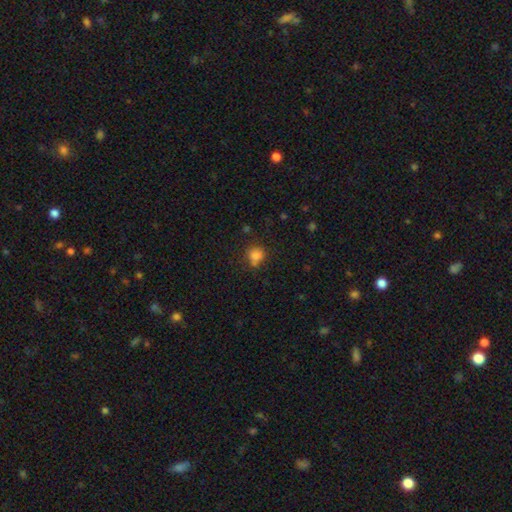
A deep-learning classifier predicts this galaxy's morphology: A smooth galaxy with no disk features (80%) that is round (78%).

Vote fractions:
- Smooth or featured? smooth: 80% / star or artifact: 13% / featured or disk: 7%
- How rounded? round: 78% / in between: 21% / cigar-shaped: 1%
- Merging? none: 64% / minor disturbance: 20% / merger: 10% / major disturbance: 6%